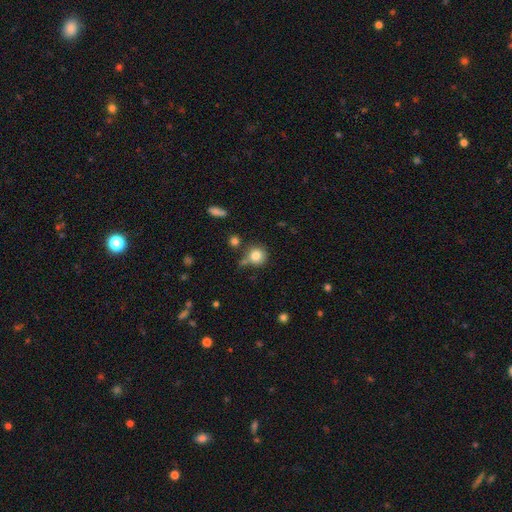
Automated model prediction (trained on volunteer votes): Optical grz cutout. It shows a smooth galaxy with no disk features (83%) that is round (90%). Merging: none (69%).